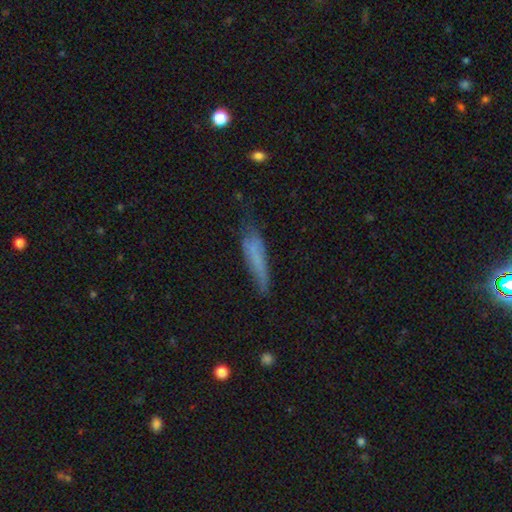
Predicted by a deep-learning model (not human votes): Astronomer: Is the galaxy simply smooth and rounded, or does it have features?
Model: smooth — 62%.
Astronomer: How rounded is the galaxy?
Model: cigar-shaped — 84%.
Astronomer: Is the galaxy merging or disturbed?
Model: none — 51% (runner-up: minor disturbance, 32%).